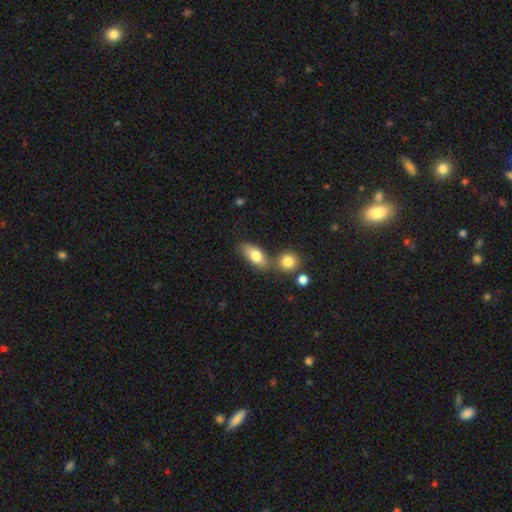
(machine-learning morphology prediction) Smooth or featured?
  - smooth: 78% *
  - featured or disk: 15%
  - star or artifact: 7%
How rounded?
  - in between: 84% *
  - cigar-shaped: 10%
  - round: 7%
Merging?
  - none: 58% *
  - merger: 25%
  - minor disturbance: 13%
  - major disturbance: 4%